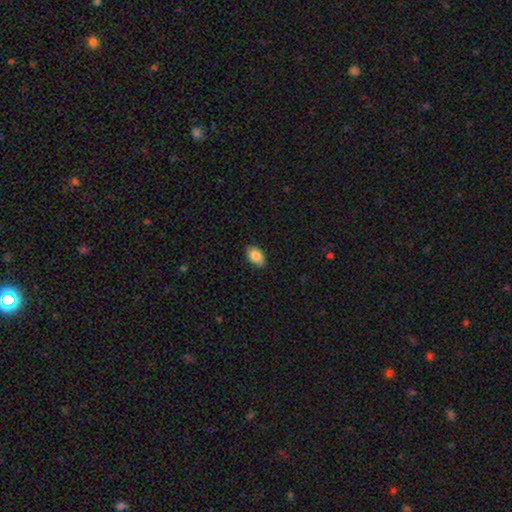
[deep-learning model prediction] Smooth or featured?
  - smooth: 88% *
  - star or artifact: 7%
  - featured or disk: 5%
How rounded?
  - in between: 93% *
  - round: 6%
  - cigar-shaped: 1%
Merging?
  - none: 88% *
  - minor disturbance: 9%
  - major disturbance: 2%
  - merger: 1%